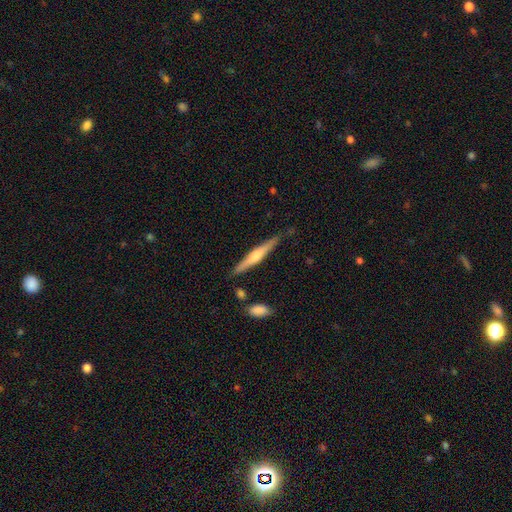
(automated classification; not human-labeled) Smooth or featured: featured or disk — 67% (smooth — 27%)
Edge-on disk: yes — 98% (no — 2%)
Edge-on bulge: rounded — 80% (none — 10%)
Merging: none — 84% (minor disturbance — 11%)